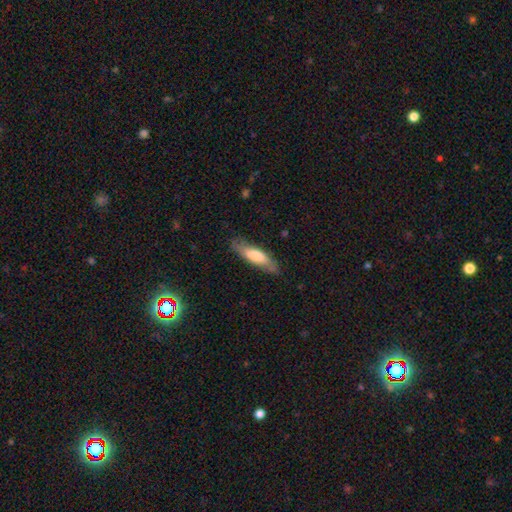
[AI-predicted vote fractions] smooth-or-featured: smooth: 69% | featured or disk: 25% | star or artifact: 5%
  how-rounded: cigar-shaped: 61% | in between: 38% | round: 2%
  merging: none: 79% | minor disturbance: 16% | major disturbance: 4% | merger: 1%